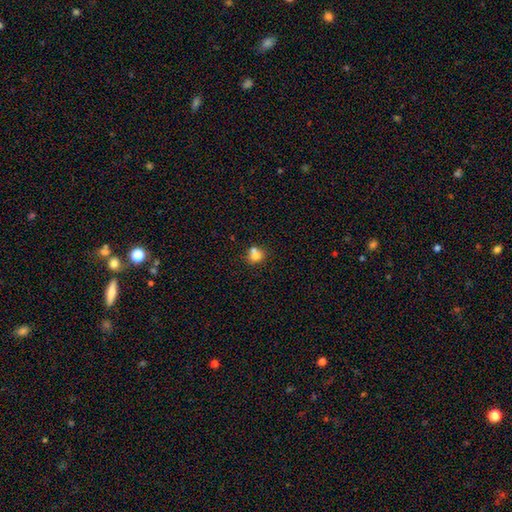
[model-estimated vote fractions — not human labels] Smooth or featured?
  - smooth: 75% *
  - featured or disk: 13%
  - star or artifact: 12%
How rounded?
  - round: 80% *
  - in between: 19%
  - cigar-shaped: 1%
Merging?
  - none: 44% *
  - merger: 43%
  - minor disturbance: 9%
  - major disturbance: 3%